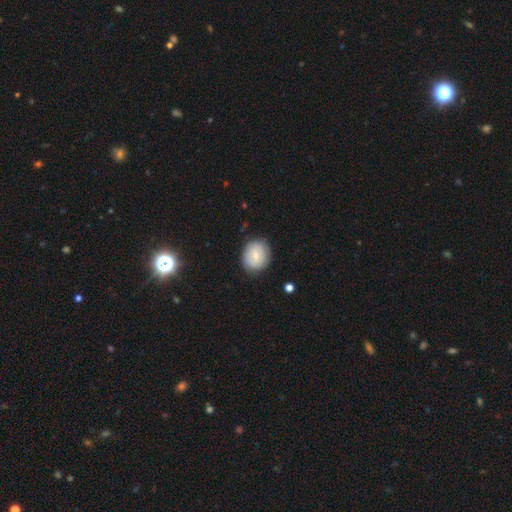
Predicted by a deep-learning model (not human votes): Q: Smooth or featured?
A: smooth (68%); runner-up: featured or disk (24%)
Q: How rounded?
A: round (71%); runner-up: in between (28%)
Q: Merging?
A: none (79%); runner-up: minor disturbance (16%)